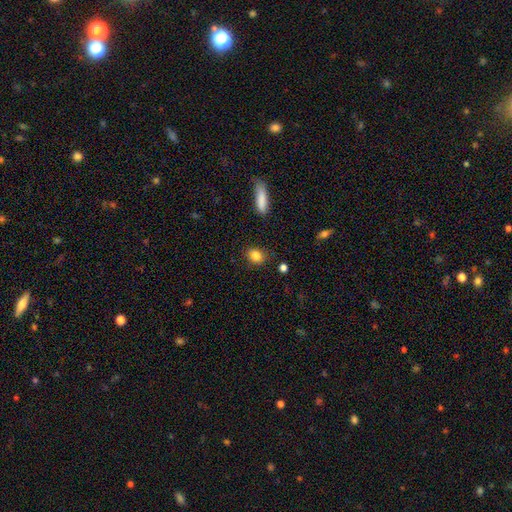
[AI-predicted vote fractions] The model was most divided on "how rounded": round: 53%, in between: 44%, cigar-shaped: 2%. More confident: smooth or featured — smooth (85%); merging — none (83%).